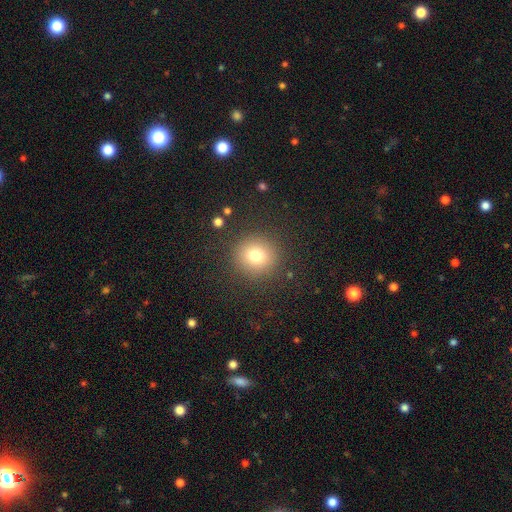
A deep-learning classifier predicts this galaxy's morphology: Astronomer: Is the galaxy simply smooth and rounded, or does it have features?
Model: smooth — 76%.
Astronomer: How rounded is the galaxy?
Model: round — 94%.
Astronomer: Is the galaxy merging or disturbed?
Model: none — 89%.